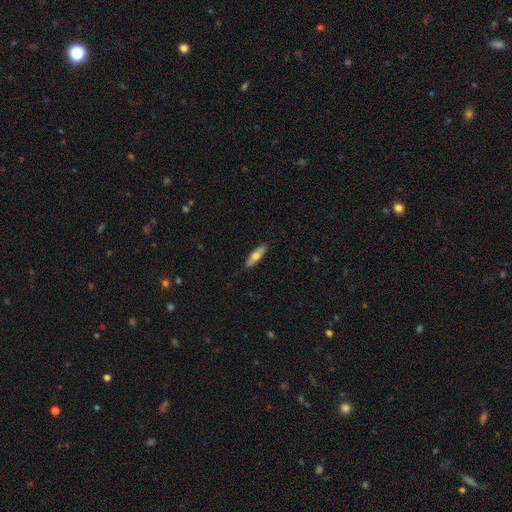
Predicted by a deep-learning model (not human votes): smooth-or-featured: smooth: 65% | featured or disk: 30% | star or artifact: 6%
  how-rounded: cigar-shaped: 66% | in between: 32% | round: 2%
  merging: none: 89% | minor disturbance: 8% | major disturbance: 2% | merger: 1%